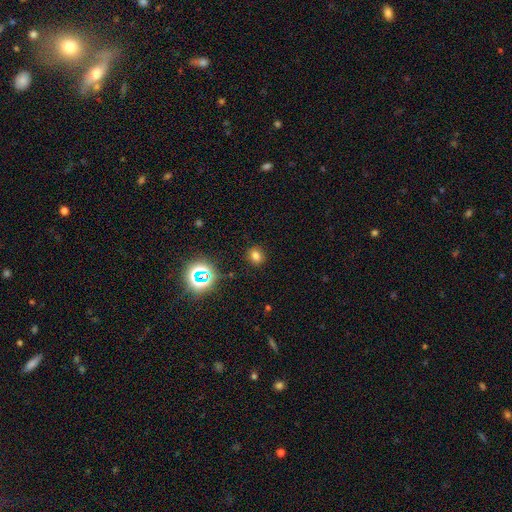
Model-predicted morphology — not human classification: A smooth galaxy with no disk features (72%) that is round (65%). Merging: none (88%).